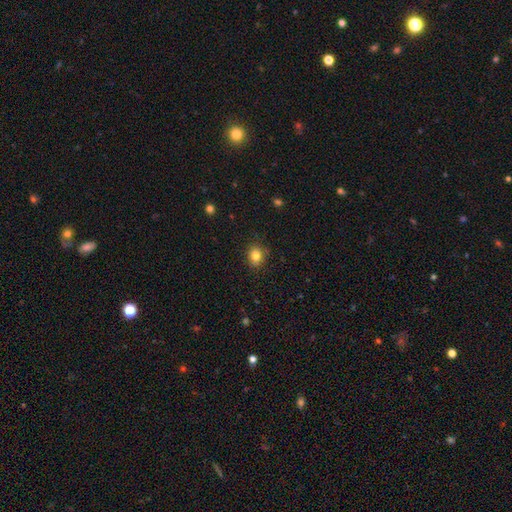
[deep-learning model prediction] A smooth galaxy with no disk features (82%) that is round (65%).

Vote fractions:
- Smooth or featured? smooth: 82% / star or artifact: 11% / featured or disk: 7%
- How rounded? round: 65% / in between: 34% / cigar-shaped: 1%
- Merging? none: 88% / minor disturbance: 9% / major disturbance: 2% / merger: 1%